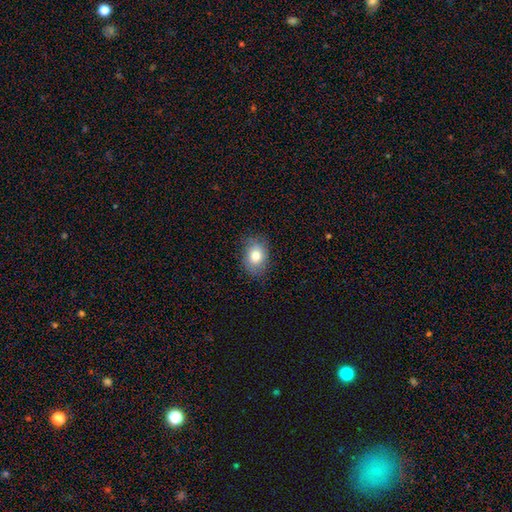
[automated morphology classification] This appears to be a smooth galaxy with no disk features (79%) that is in between round and cigar-shaped (69%). Merging: none (78%).